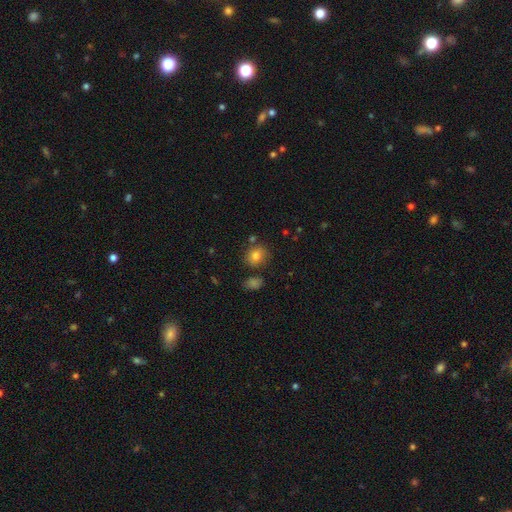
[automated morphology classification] Smooth or featured? Predicted: smooth (p=0.80). How rounded? Predicted: round (p=0.70). Merging? Predicted: none (p=0.75).